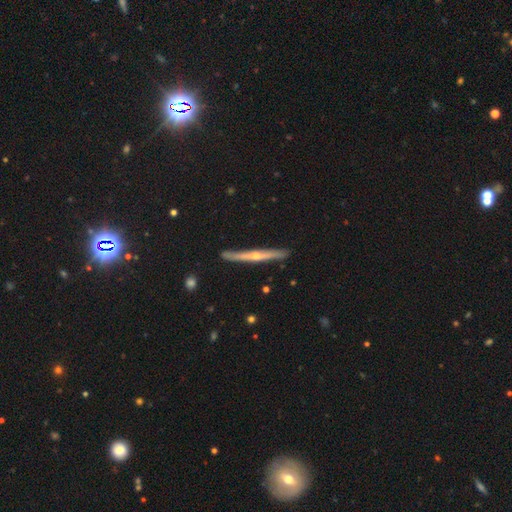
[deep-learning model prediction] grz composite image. It shows a featured or disk galaxy (74%) viewed edge-on (97%) with a rounded central bulge (80%). Merging: none (89%).